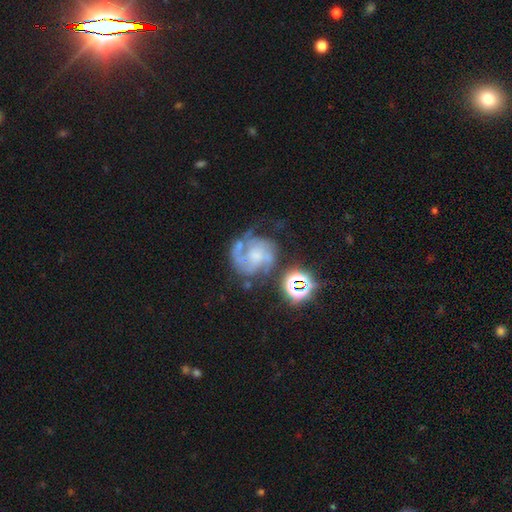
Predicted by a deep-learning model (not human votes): Overall: featured or disk (75%). Edge-on disk: no (98%). Bar: no (67%). Spiral arms: yes (90%). Spiral arm count: 2 (37%; can't tell 22%). Spiral winding: medium (43%; tight 41%). Bulge size: moderate (31%; none 29%). Merging: none (48%; major disturbance 23%).